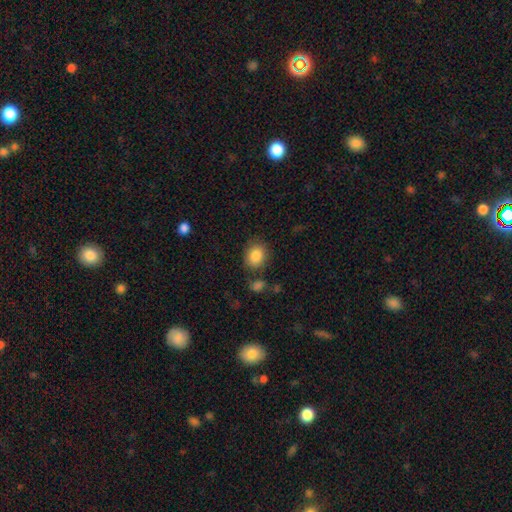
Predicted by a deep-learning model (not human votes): smooth-or-featured: smooth: 86% | star or artifact: 8% | featured or disk: 6%
  how-rounded: round: 50% | in between: 49% | cigar-shaped: 1%
  merging: none: 76% | minor disturbance: 14% | merger: 6% | major disturbance: 5%